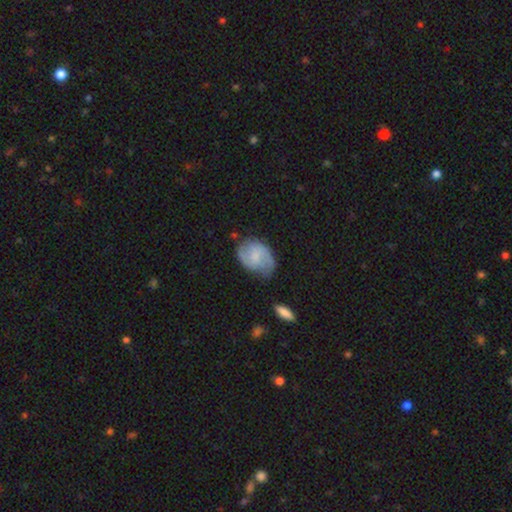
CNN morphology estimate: The model was most divided on "bar": no: 55%, weak: 39%, strong: 6%. More confident: edge-on disk — no (97%); spiral arms — yes (87%); smooth or featured — featured or disk (57%); merging — none (56%); bulge size — small (52%).